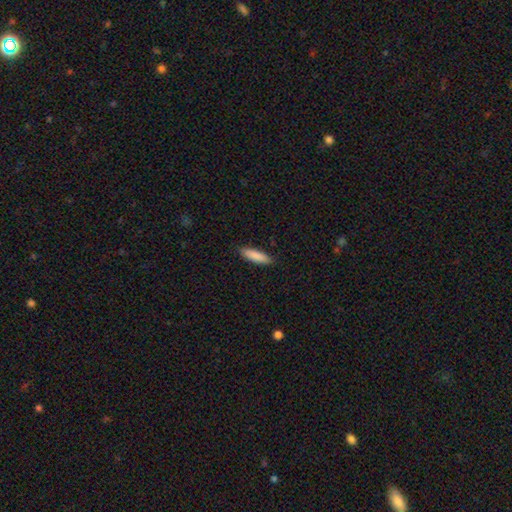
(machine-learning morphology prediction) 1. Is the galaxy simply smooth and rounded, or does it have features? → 88% smooth, 6% featured or disk, 6% star or artifact.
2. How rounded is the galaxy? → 64% cigar-shaped, 35% in between, 1% round.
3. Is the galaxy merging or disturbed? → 88% none, 9% minor disturbance, 2% major disturbance, 1% merger.